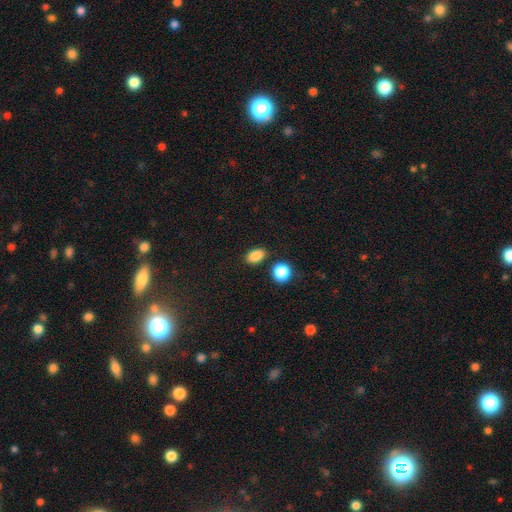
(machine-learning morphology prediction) Smooth or featured: smooth — 86% (star or artifact — 10%)
How rounded: in between — 79% (round — 19%)
Merging: none — 80% (minor disturbance — 11%)